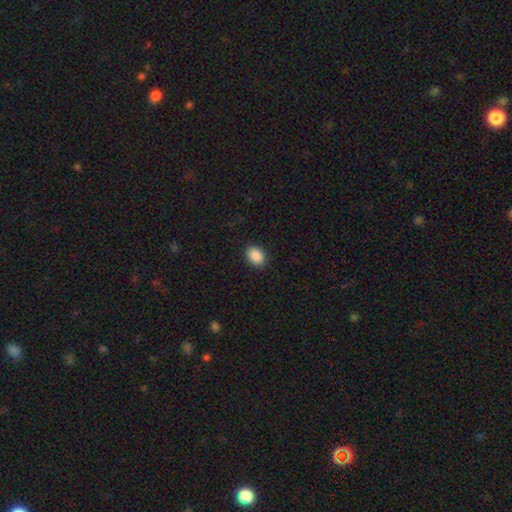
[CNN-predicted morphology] This is clearly a smooth galaxy (89%). How rounded: likely in between (60%). Merging: clearly none (90%).